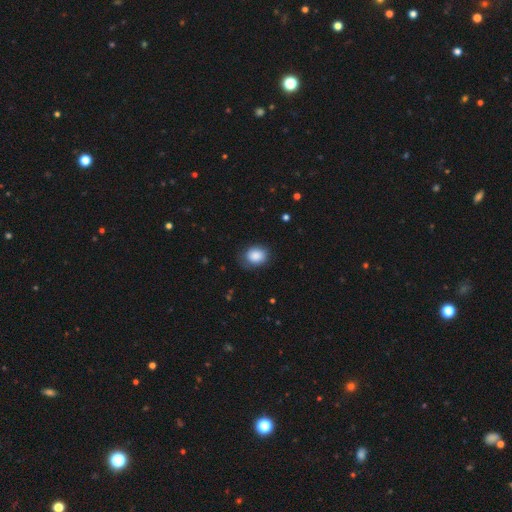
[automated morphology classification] Smooth or featured? Predicted: smooth (p=0.86). How rounded? Predicted: round (p=0.52). Merging? Predicted: none (p=0.72).